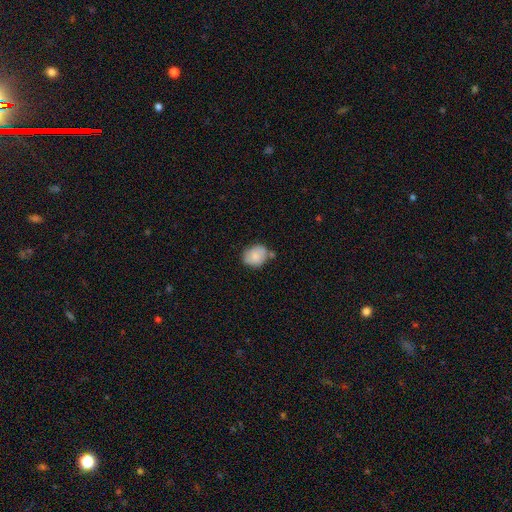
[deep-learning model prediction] smooth_or_featured: smooth (p=0.73) [alt: featured or disk p=0.19]
how_rounded: round (p=0.51) [alt: in between p=0.48]
merging: none (p=0.56) [alt: minor disturbance p=0.25]